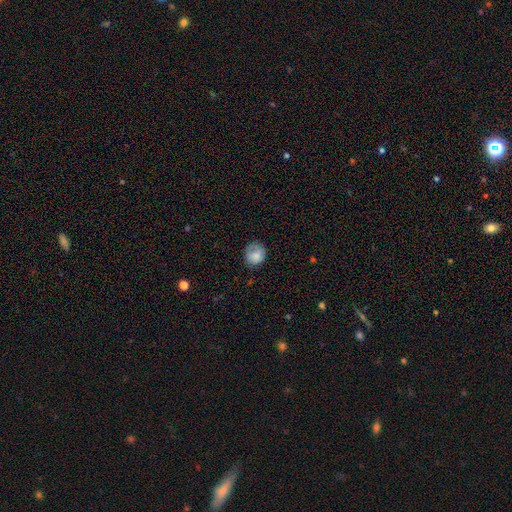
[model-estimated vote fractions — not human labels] Smooth or featured? Predicted: smooth (p=0.79). How rounded? Predicted: round (p=0.79). Merging? Predicted: none (p=0.65).